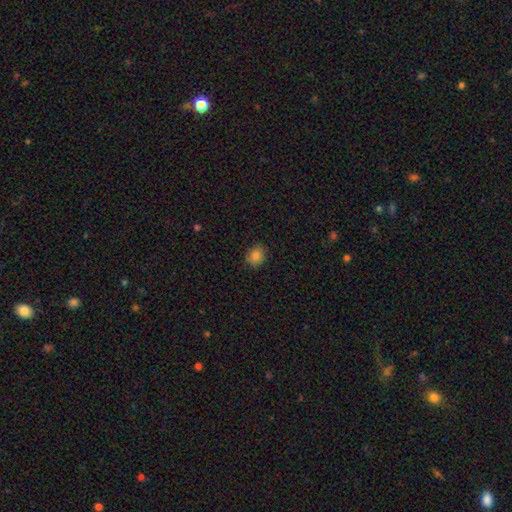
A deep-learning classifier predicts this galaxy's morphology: This appears to be a smooth galaxy with no disk features (85%) that is round (57%). Merging: none (86%).